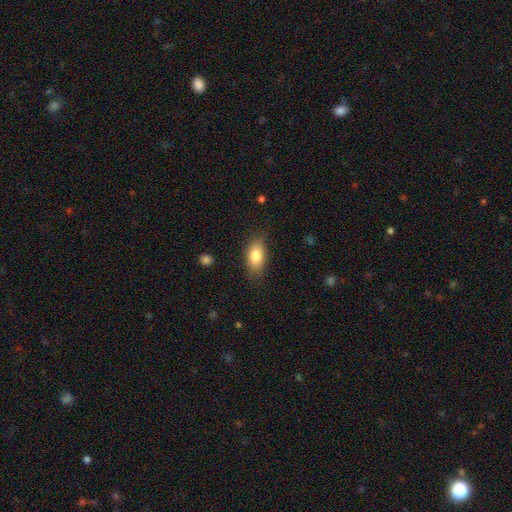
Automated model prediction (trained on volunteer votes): Smooth or featured? smooth (82%)
How rounded? in between (87%)
Merging? none (80%)